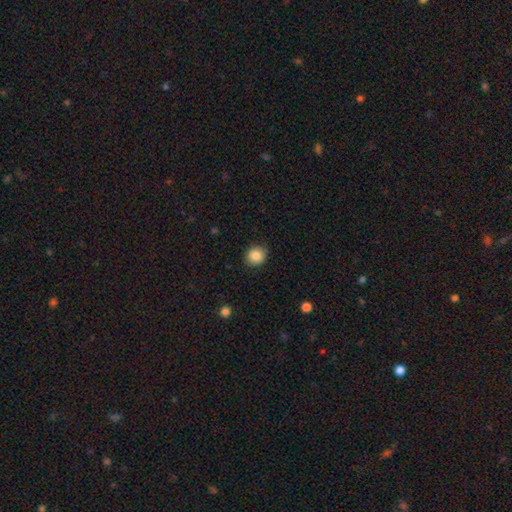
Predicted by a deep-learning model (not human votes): This is clearly a smooth galaxy (86%). How rounded: likely round (79%). Merging: clearly none (85%).